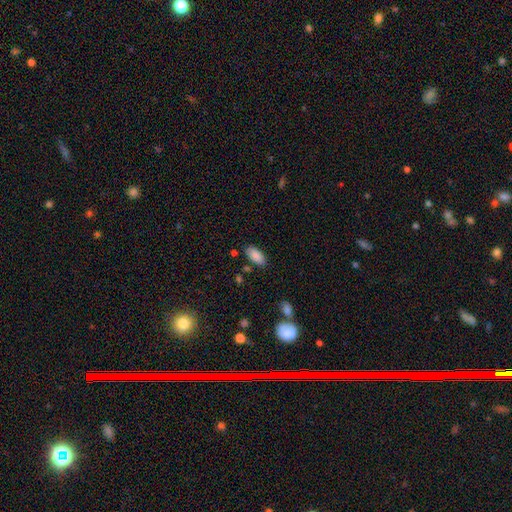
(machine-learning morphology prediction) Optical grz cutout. It shows a smooth galaxy with no disk features (88%) that is in between round and cigar-shaped (91%). Merging: none (82%).